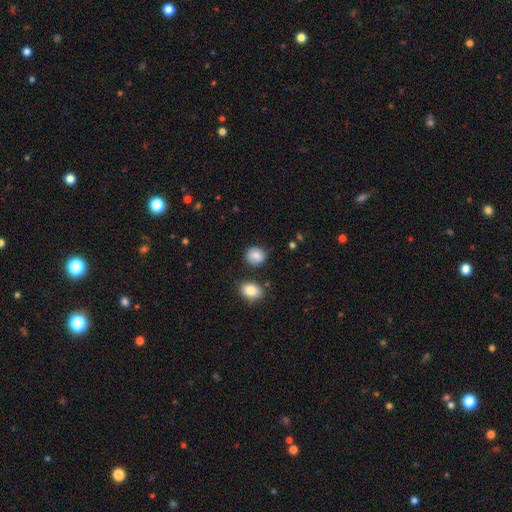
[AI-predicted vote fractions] A smooth galaxy with no disk features (86%) that is round (78%).

Vote fractions:
- Smooth or featured? smooth: 86% / star or artifact: 8% / featured or disk: 6%
- How rounded? round: 78% / in between: 21% / cigar-shaped: 1%
- Merging? none: 82% / minor disturbance: 11% / merger: 4% / major disturbance: 3%